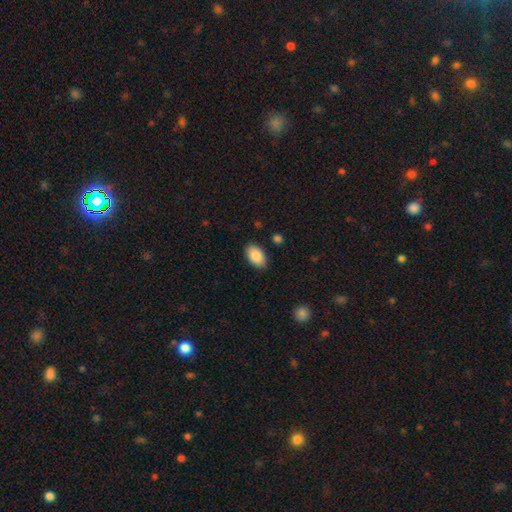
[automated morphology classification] A smooth galaxy with no disk features (88%) that is in between round and cigar-shaped (93%).

Vote fractions:
- Smooth or featured? smooth: 88% / star or artifact: 6% / featured or disk: 6%
- How rounded? in between: 93% / round: 6% / cigar-shaped: 1%
- Merging? none: 87% / minor disturbance: 9% / major disturbance: 2% / merger: 1%